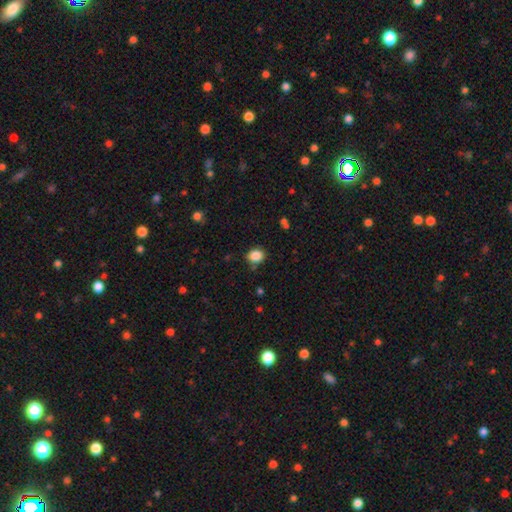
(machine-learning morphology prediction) A smooth galaxy with no disk features (86%) that is round (58%). Merging: none (82%).